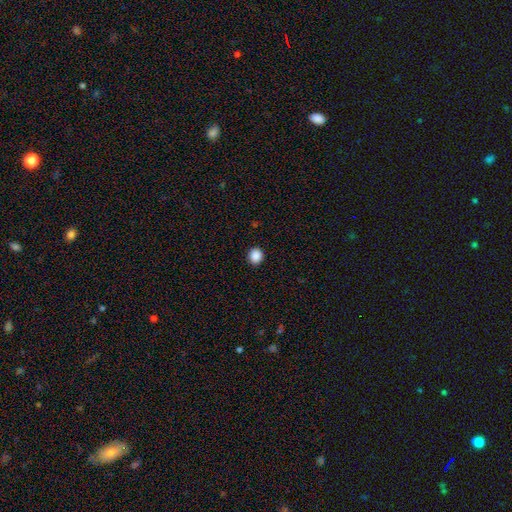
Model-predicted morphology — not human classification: Smooth or featured?
  - smooth: 89% *
  - star or artifact: 9%
  - featured or disk: 2%
How rounded?
  - round: 81% *
  - in between: 18%
  - cigar-shaped: 1%
Merging?
  - none: 92% *
  - minor disturbance: 6%
  - major disturbance: 2%
  - merger: 1%